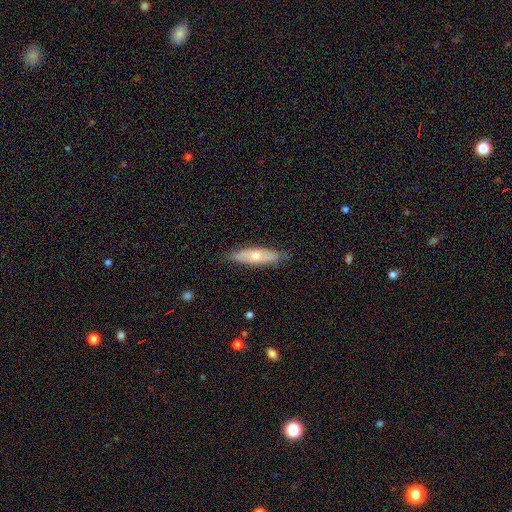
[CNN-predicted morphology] A smooth galaxy with no disk features (54%) that is cigar-shaped (52%). Merging: none (83%).